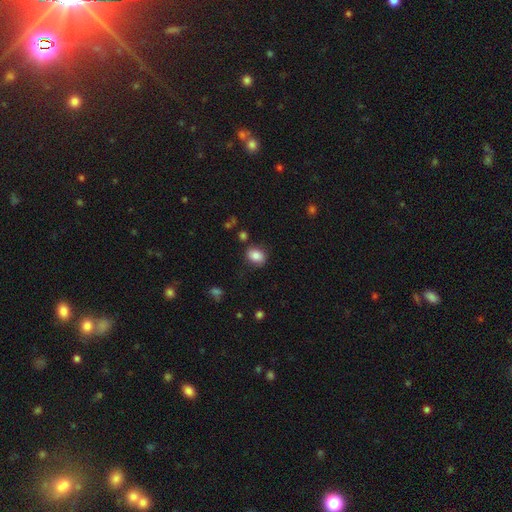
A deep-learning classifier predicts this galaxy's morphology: Smooth or featured? Predicted: smooth (p=0.82). How rounded? Predicted: in between (p=0.61). Merging? Predicted: none (p=0.78).